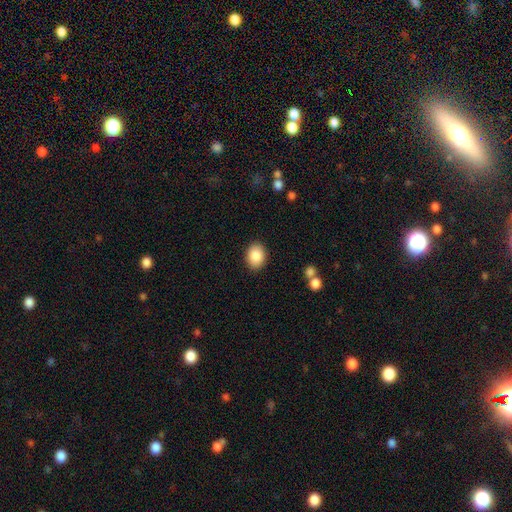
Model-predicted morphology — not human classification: smooth_or_featured: smooth (p=0.88) [alt: star or artifact p=0.07]
how_rounded: in between (p=0.65) [alt: round p=0.34]
merging: none (p=0.89) [alt: minor disturbance p=0.08]